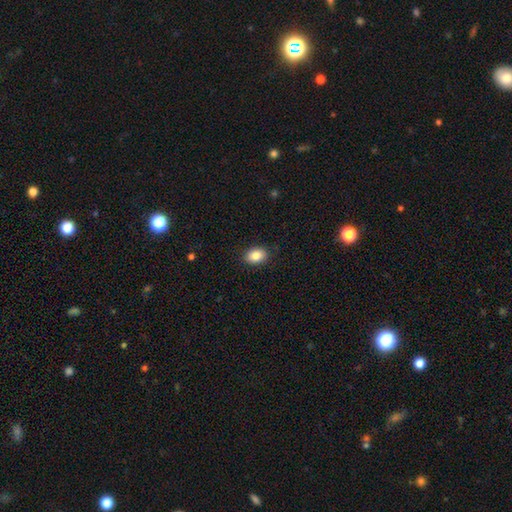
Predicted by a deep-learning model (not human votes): Smooth or featured? smooth (86%)
How rounded? in between (77%)
Merging? none (89%)